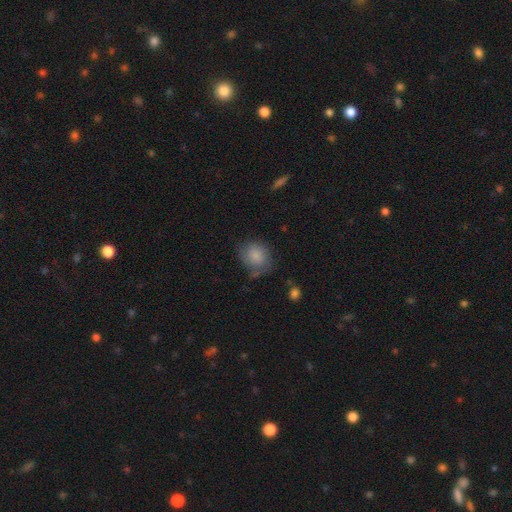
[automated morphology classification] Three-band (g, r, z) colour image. It shows a smooth galaxy with no disk features (81%) that is round (66%). Merging: none (54%).